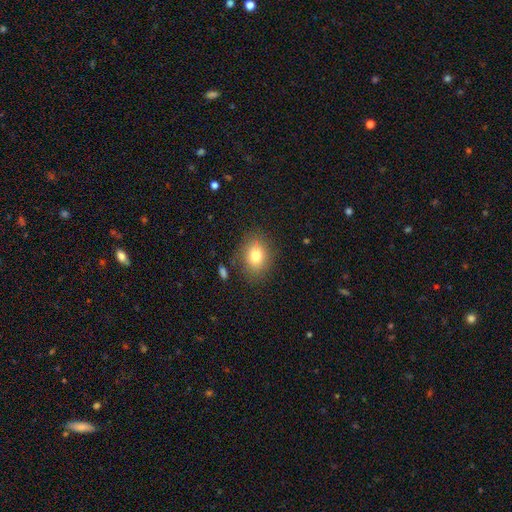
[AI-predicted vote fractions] Smooth or featured: smooth — 78% (featured or disk — 12%)
How rounded: in between — 55% (round — 44%)
Merging: none — 82% (minor disturbance — 12%)